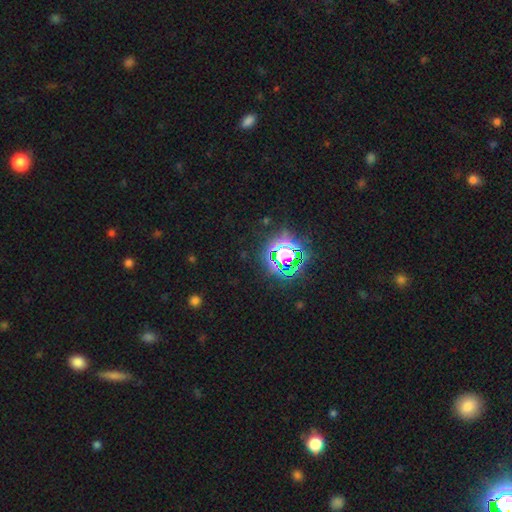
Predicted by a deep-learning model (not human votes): Q: Smooth or featured?
A: star or artifact (79%); runner-up: smooth (14%)